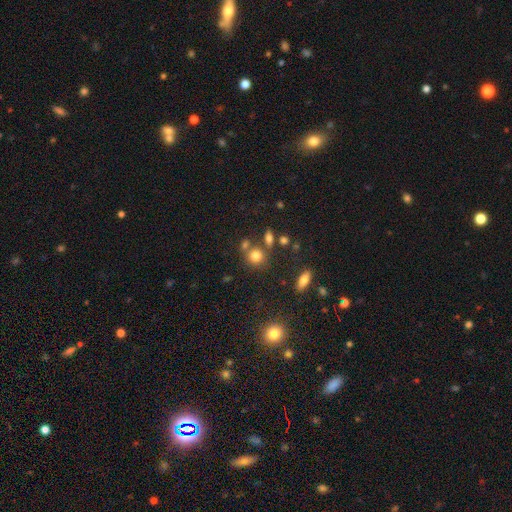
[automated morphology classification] Smooth or featured? smooth (78%)
How rounded? round (78%)
Merging? none (62%)